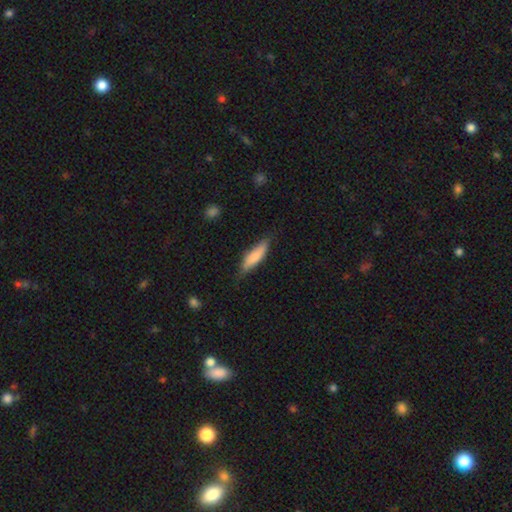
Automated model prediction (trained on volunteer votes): smooth-or-featured: smooth: 74% | featured or disk: 20% | star or artifact: 6%
  how-rounded: cigar-shaped: 66% | in between: 33% | round: 2%
  merging: none: 74% | minor disturbance: 21% | major disturbance: 4% | merger: 1%